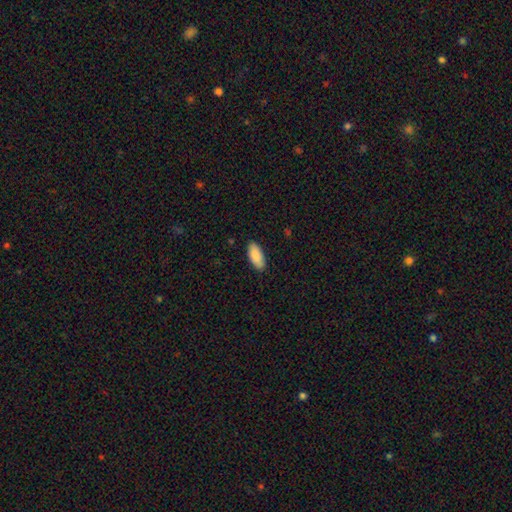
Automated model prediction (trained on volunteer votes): Smooth or featured: smooth — 89% (star or artifact — 6%)
How rounded: in between — 88% (cigar-shaped — 10%)
Merging: none — 87% (minor disturbance — 10%)